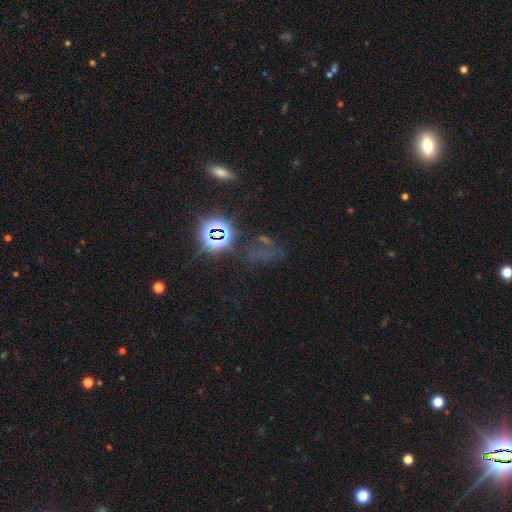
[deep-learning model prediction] smooth-or-featured: star or artifact: 63% | smooth: 21% | featured or disk: 16%